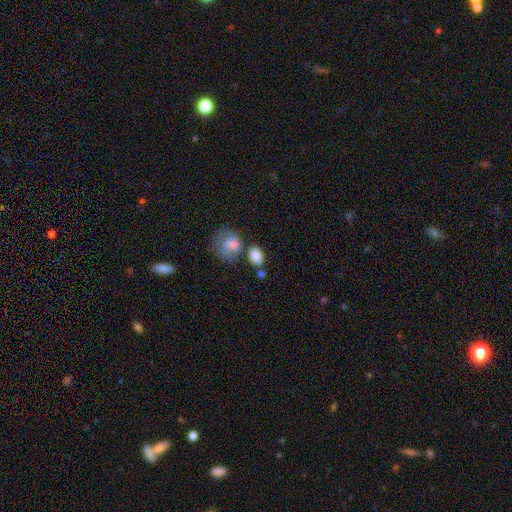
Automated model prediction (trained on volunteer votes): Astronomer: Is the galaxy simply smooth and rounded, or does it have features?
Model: smooth — 85%.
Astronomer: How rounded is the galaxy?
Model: in between — 74%.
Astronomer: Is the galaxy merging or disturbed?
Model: none — 53%.